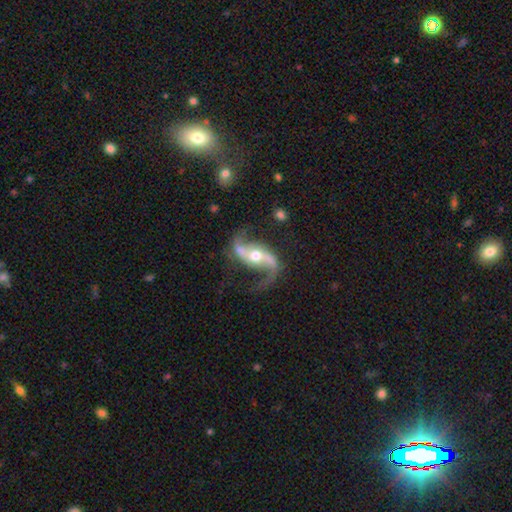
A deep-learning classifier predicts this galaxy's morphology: This appears to be a featured or disk galaxy (91%) with a strong bar (36%), 2 (93%) loose (76%) spiral arms (97%) and a moderate central bulge (69%). Merging: none (74%).